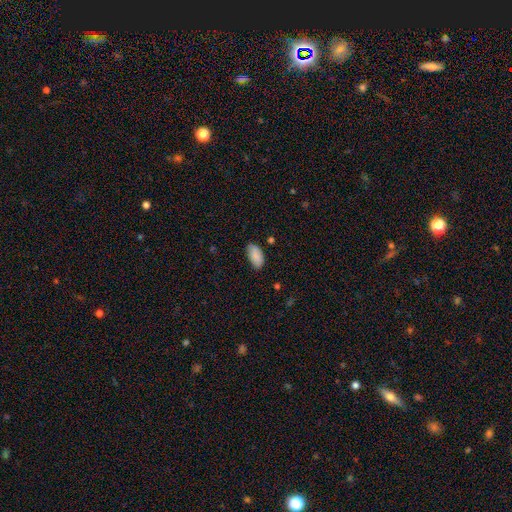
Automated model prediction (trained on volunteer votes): Smooth or featured? smooth (88%)
How rounded? in between (94%)
Merging? none (78%)